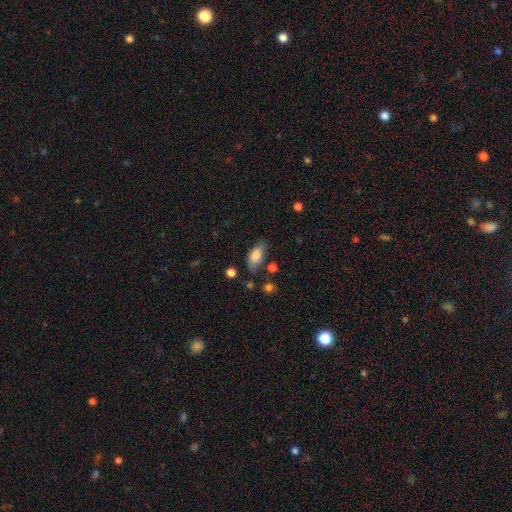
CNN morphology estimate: type=smooth (82%); roundness=in between (88%); merging=none (71%).